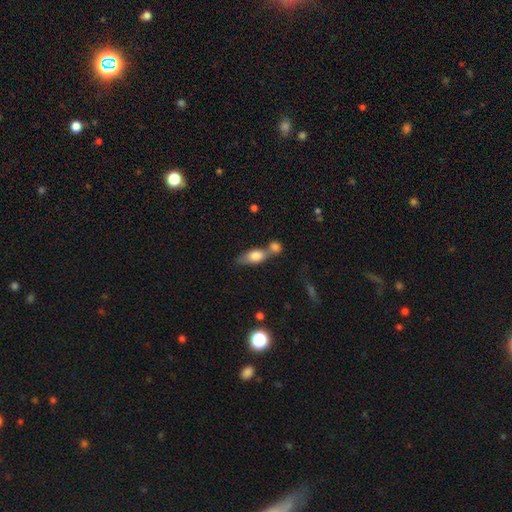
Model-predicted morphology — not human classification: A smooth galaxy with no disk features (73%) that is in between round and cigar-shaped (75%).

Vote fractions:
- Smooth or featured? smooth: 73% / featured or disk: 20% / star or artifact: 7%
- How rounded? in between: 75% / cigar-shaped: 18% / round: 7%
- Merging? merger: 49% / none: 33% / minor disturbance: 12% / major disturbance: 6%